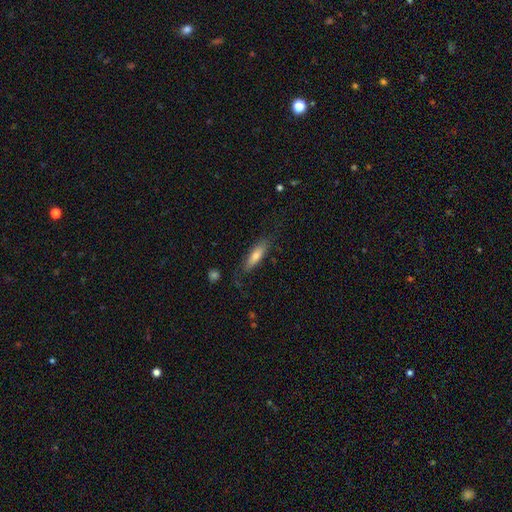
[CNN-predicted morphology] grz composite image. It shows a smooth galaxy with no disk features (67%) that is cigar-shaped (64%). Merging: none (73%).